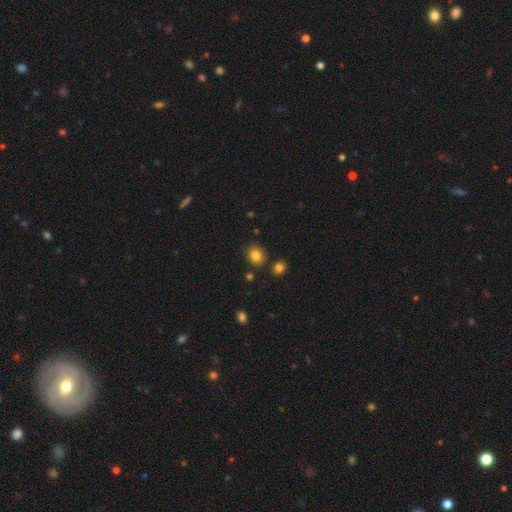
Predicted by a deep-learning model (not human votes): Overall: smooth (83%). How rounded: round (71%). Merging: none (81%).